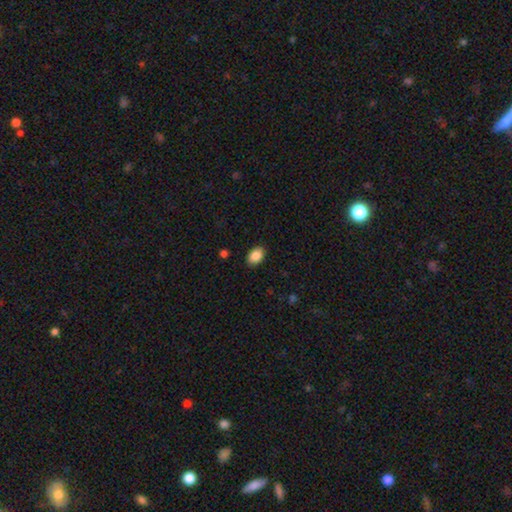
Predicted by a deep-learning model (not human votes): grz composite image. It shows a smooth galaxy with no disk features (88%) that is in between round and cigar-shaped (86%). Merging: none (88%).